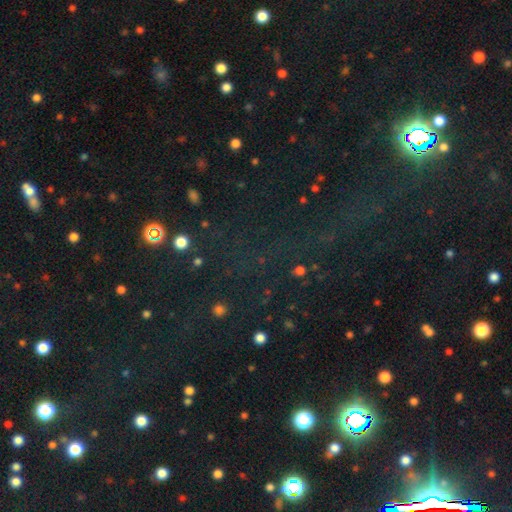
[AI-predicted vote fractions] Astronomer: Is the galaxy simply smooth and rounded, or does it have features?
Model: star or artifact — 71%.